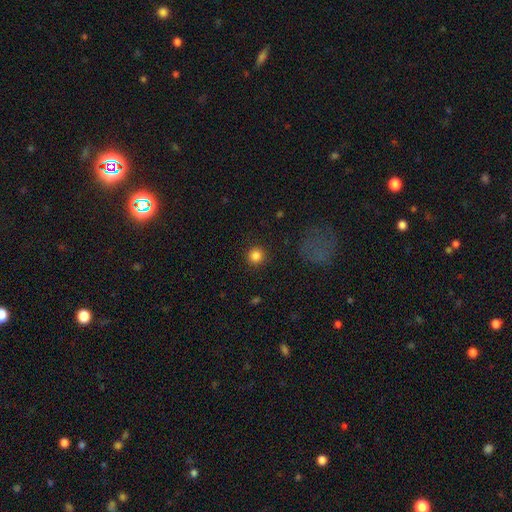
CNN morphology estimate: Q: Smooth or featured?
A: smooth (85%); runner-up: star or artifact (11%)
Q: How rounded?
A: round (95%); runner-up: in between (4%)
Q: Merging?
A: none (91%); runner-up: minor disturbance (5%)